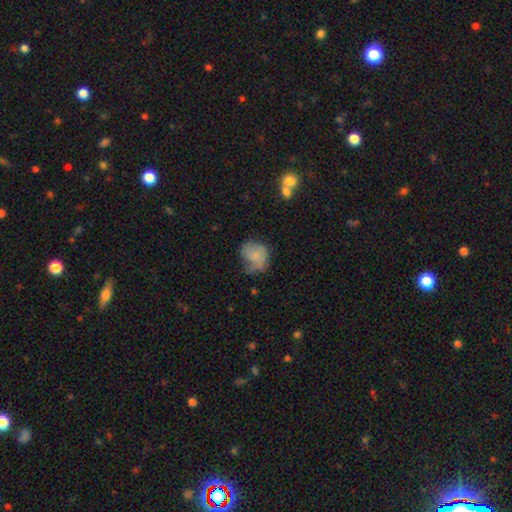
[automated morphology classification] smooth_or_featured: smooth (p=0.64) [alt: featured or disk p=0.27]
how_rounded: round (p=0.57) [alt: in between p=0.42]
merging: none (p=0.36) [alt: minor disturbance p=0.35]